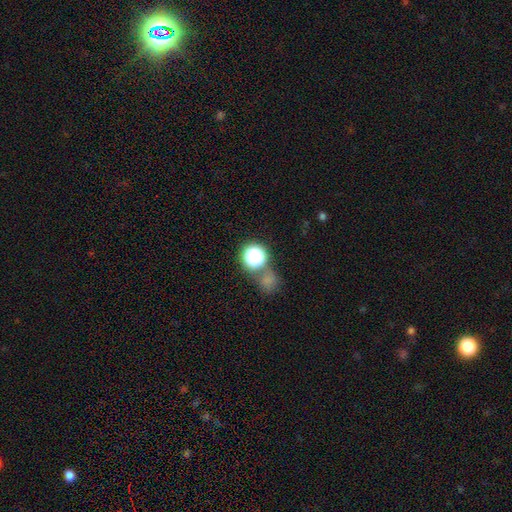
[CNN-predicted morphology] This is possibly a star or artifact rather than a galaxy (51%).